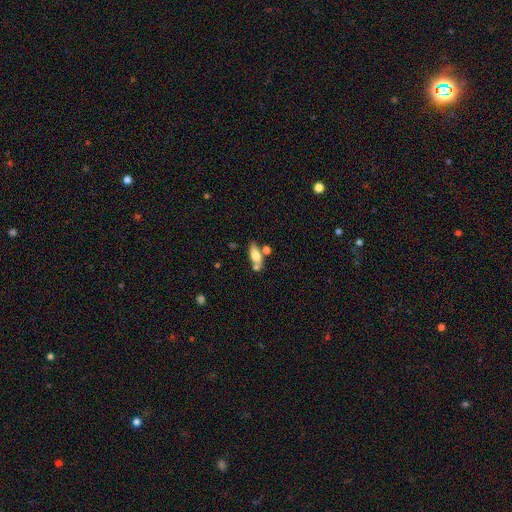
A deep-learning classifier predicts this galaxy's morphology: A smooth galaxy with no disk features (64%) that is in between round and cigar-shaped (71%). Merging: none (57%).